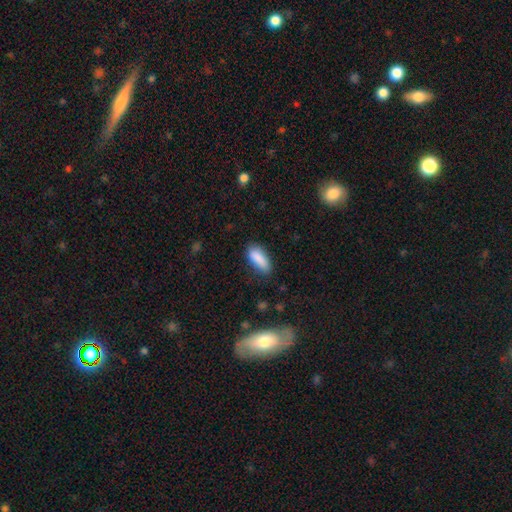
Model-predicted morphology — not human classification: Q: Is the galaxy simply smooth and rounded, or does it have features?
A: smooth — 87%.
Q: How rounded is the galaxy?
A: in between — 77%.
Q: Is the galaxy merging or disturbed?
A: none — 74%.